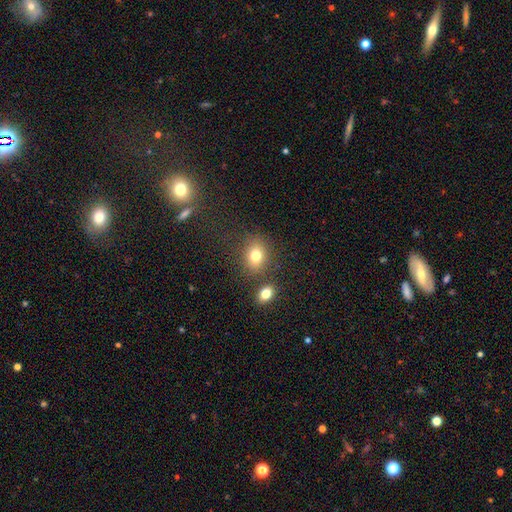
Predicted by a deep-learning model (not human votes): Smooth or featured: smooth — 78% (star or artifact — 12%)
How rounded: round — 51% (in between — 48%)
Merging: none — 74% (minor disturbance — 11%)